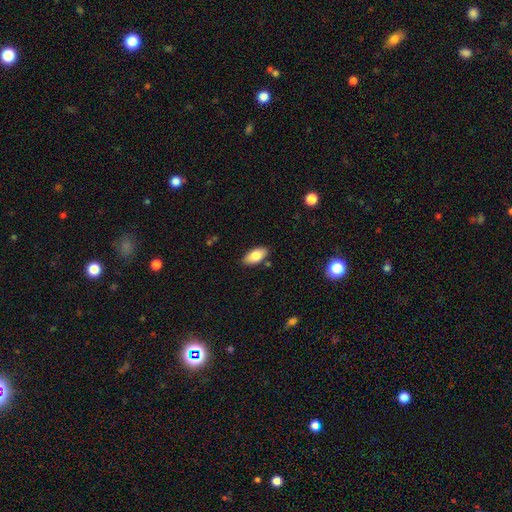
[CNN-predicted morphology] Overall: smooth (80%). How rounded: in between (93%). Merging: none (85%).